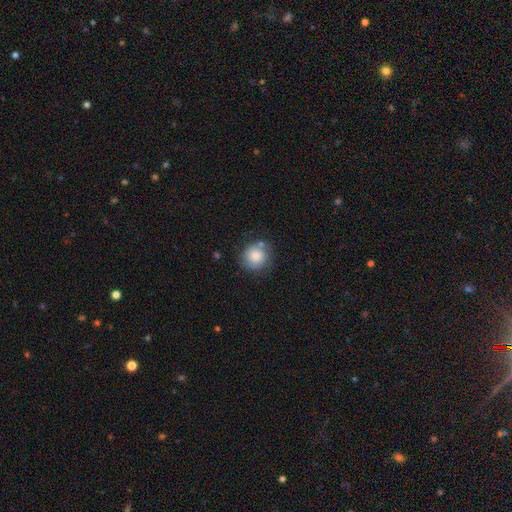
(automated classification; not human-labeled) Morphology: type=smooth (81%); roundness=round (90%); merging=none (74%).